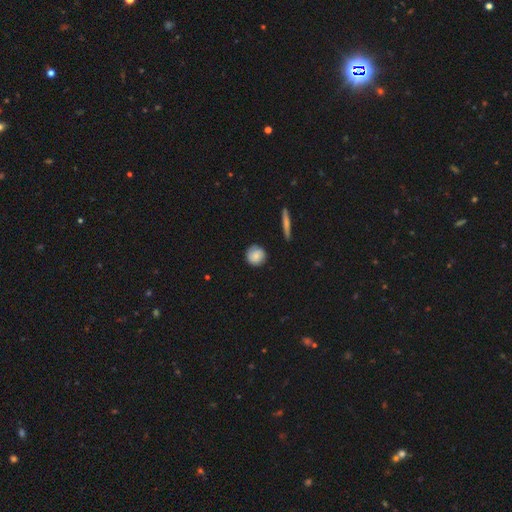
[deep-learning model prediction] A smooth galaxy with no disk features (79%) that is round (91%).

Vote fractions:
- Smooth or featured? smooth: 79% / featured or disk: 14% / star or artifact: 7%
- How rounded? round: 91% / in between: 7% / cigar-shaped: 2%
- Merging? none: 85% / minor disturbance: 12% / major disturbance: 2% / merger: 1%